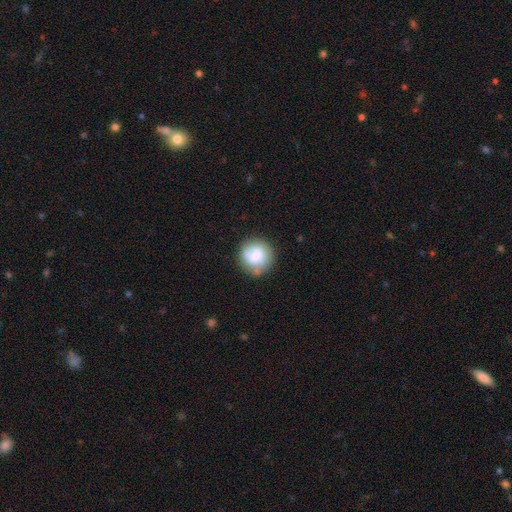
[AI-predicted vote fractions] The model was most divided on "smooth or featured": smooth: 71%, featured or disk: 21%, star or artifact: 8%. More confident: how rounded — round (91%); merging — none (73%).